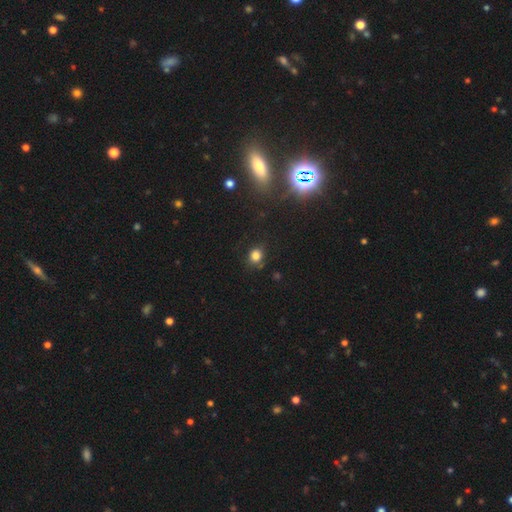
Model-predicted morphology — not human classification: type=smooth (79%); roundness=round (74%); merging=none (78%).